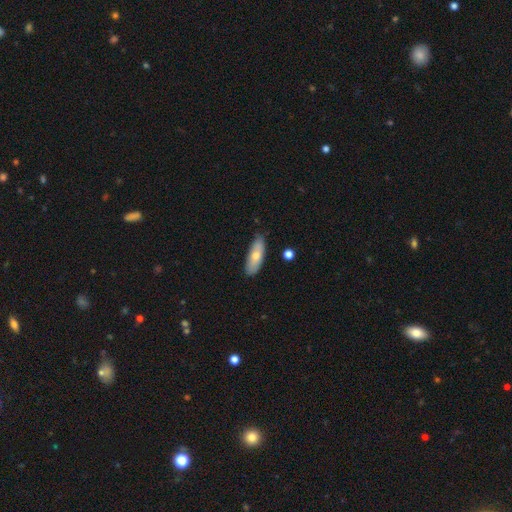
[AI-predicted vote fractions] This appears to be a smooth galaxy with no disk features (66%) that is in between round and cigar-shaped (62%). Merging: none (82%).